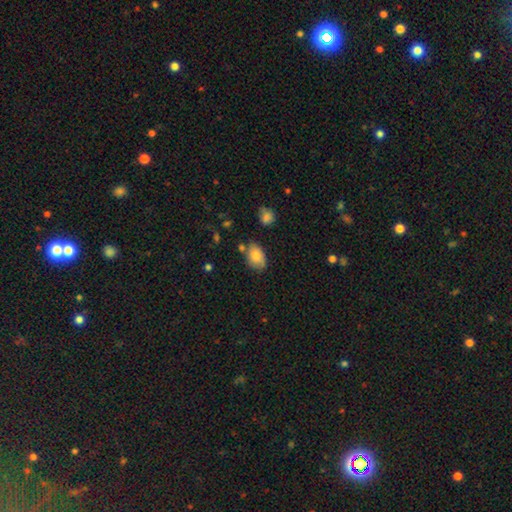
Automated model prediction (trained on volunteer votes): This is clearly a smooth galaxy (82%). How rounded: clearly in between (86%). Merging: likely none (69%).